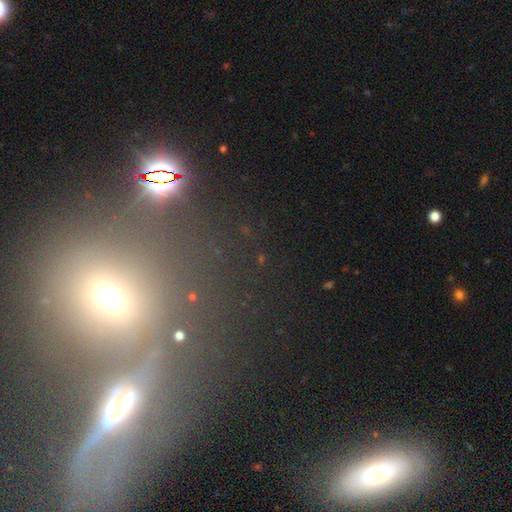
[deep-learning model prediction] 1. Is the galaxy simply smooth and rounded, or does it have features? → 38% smooth, 37% star or artifact, 25% featured or disk.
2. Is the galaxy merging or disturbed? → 59% none, 24% merger, 10% minor disturbance, 7% major disturbance.